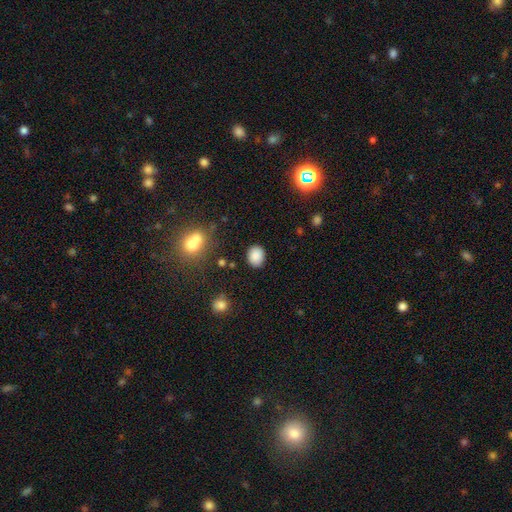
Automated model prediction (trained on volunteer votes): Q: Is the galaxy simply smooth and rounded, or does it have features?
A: smooth — 86%.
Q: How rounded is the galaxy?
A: round — 54%.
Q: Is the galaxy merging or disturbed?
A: none — 84%.